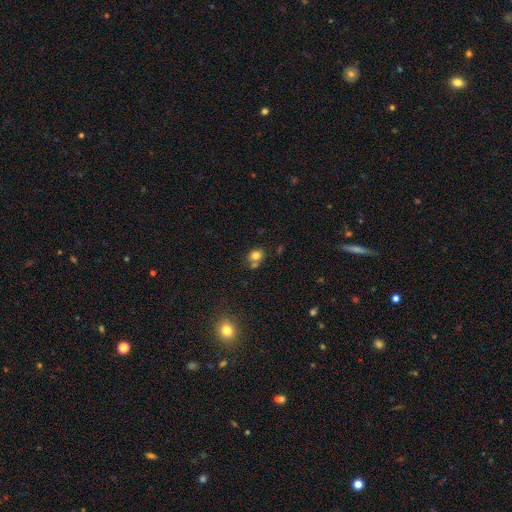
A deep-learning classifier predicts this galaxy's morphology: This appears to be a smooth galaxy with no disk features (78%) that is round (66%). Merging: none (56%).